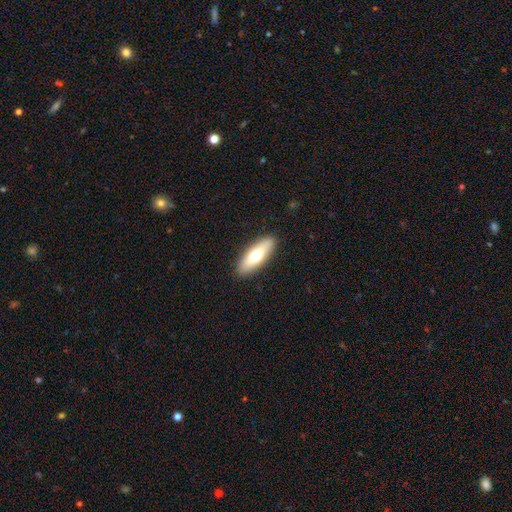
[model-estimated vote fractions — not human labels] smooth_or_featured: smooth (p=0.66) [alt: featured or disk p=0.28]
how_rounded: in between (p=0.59) [alt: cigar-shaped p=0.39]
merging: none (p=0.89) [alt: minor disturbance p=0.08]